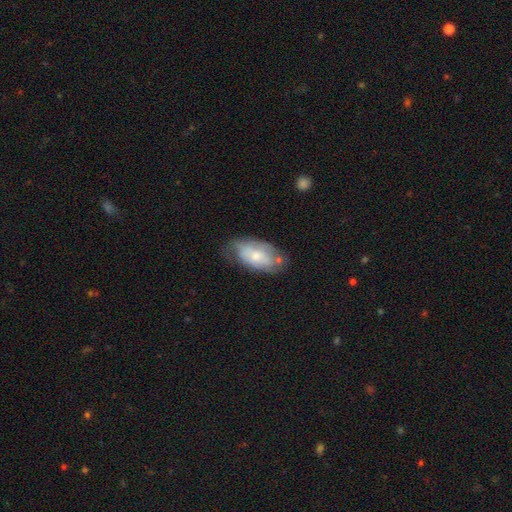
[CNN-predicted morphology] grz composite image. It shows a smooth galaxy with no disk features (57%) that is in between round and cigar-shaped (92%). Merging: none (52%).